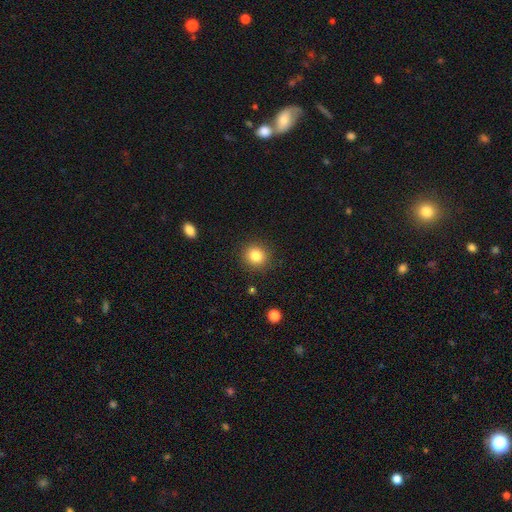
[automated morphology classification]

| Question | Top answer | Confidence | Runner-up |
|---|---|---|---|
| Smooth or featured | smooth | 84% | star or artifact (11%) |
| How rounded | round | 89% | in between (10%) |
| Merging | none | 90% | minor disturbance (7%) |